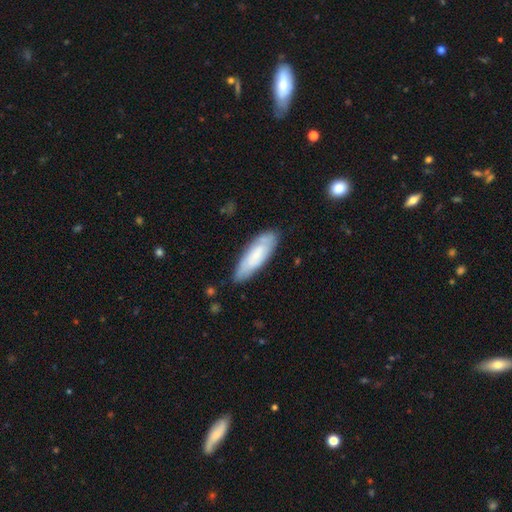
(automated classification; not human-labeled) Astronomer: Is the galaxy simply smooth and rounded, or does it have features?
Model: smooth — 61%.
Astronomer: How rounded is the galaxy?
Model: in between — 54% (runner-up: cigar-shaped, 44%).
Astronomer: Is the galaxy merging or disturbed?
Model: none — 76%.